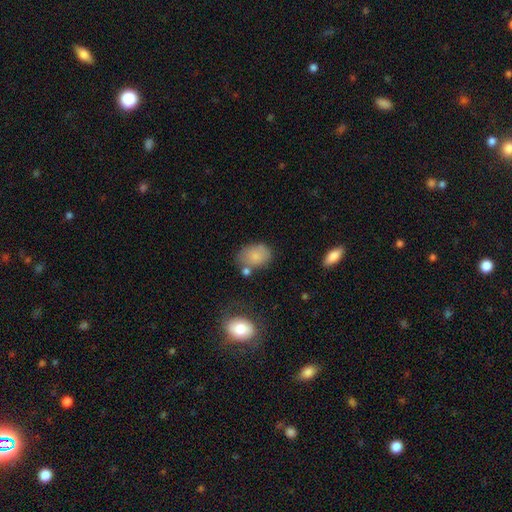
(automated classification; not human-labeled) smooth-or-featured: smooth: 82% | featured or disk: 9% | star or artifact: 9%
  how-rounded: in between: 77% | round: 21% | cigar-shaped: 1%
  merging: none: 61% | minor disturbance: 21% | merger: 11% | major disturbance: 7%